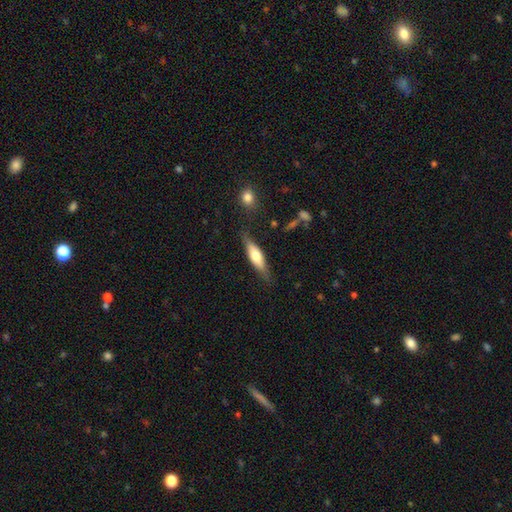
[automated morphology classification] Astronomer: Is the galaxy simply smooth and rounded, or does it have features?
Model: smooth — 56% (runner-up: featured or disk, 38%).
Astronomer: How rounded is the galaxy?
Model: cigar-shaped — 58% (runner-up: in between, 40%).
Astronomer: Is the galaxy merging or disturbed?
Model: none — 78%.